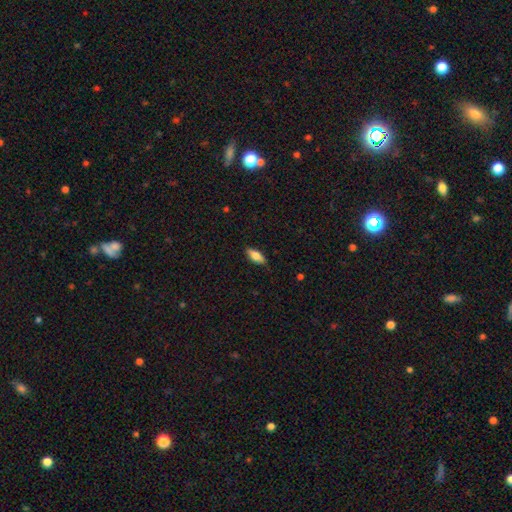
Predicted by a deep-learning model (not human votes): A smooth galaxy with no disk features (71%) that is in between round and cigar-shaped (71%).

Vote fractions:
- Smooth or featured? smooth: 71% / featured or disk: 22% / star or artifact: 6%
- How rounded? in between: 71% / cigar-shaped: 26% / round: 2%
- Merging? none: 85% / minor disturbance: 12% / major disturbance: 2% / merger: 1%